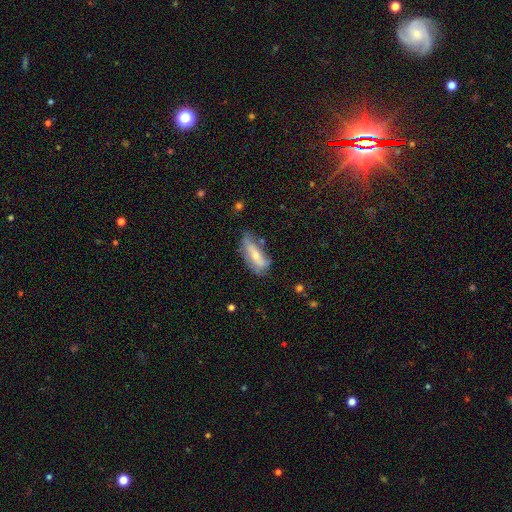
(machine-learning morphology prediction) This is possibly a featured or disk galaxy (47%). Merging: possibly none (49%).